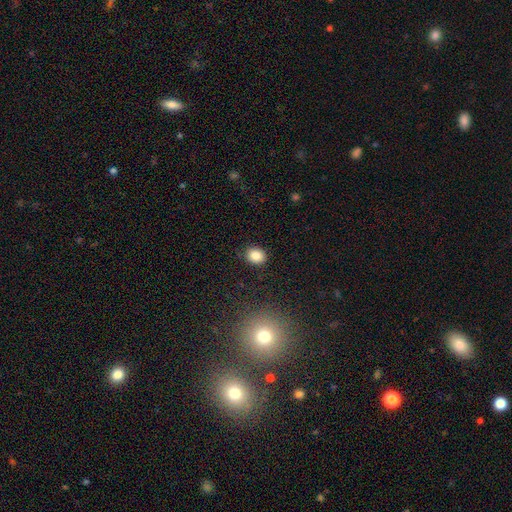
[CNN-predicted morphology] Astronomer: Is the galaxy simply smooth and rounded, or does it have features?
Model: smooth — 86%.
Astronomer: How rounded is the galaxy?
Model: round — 53% (runner-up: in between, 46%).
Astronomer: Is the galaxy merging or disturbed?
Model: none — 88%.